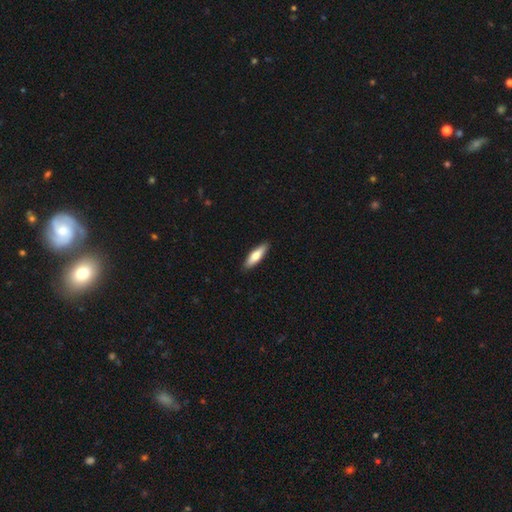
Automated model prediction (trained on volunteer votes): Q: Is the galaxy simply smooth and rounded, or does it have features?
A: smooth — 70%.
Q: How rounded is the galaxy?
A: cigar-shaped — 60%.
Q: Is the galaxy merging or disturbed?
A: none — 90%.